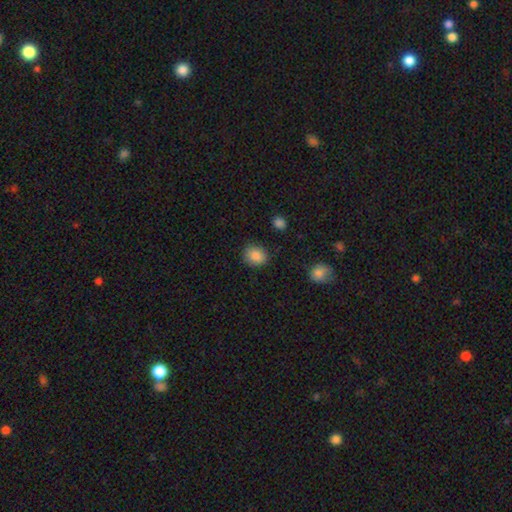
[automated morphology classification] Smooth or featured? smooth (87%)
How rounded? round (62%)
Merging? none (83%)